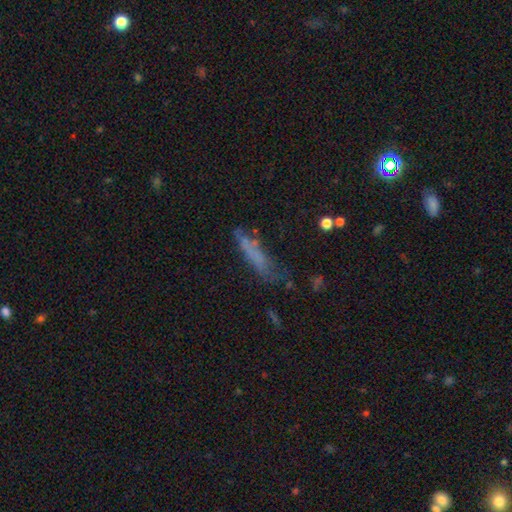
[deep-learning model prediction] Q: Smooth or featured?
A: smooth (60%); runner-up: featured or disk (27%)
Q: How rounded?
A: cigar-shaped (79%); runner-up: in between (19%)
Q: Merging?
A: none (51%); runner-up: minor disturbance (27%)